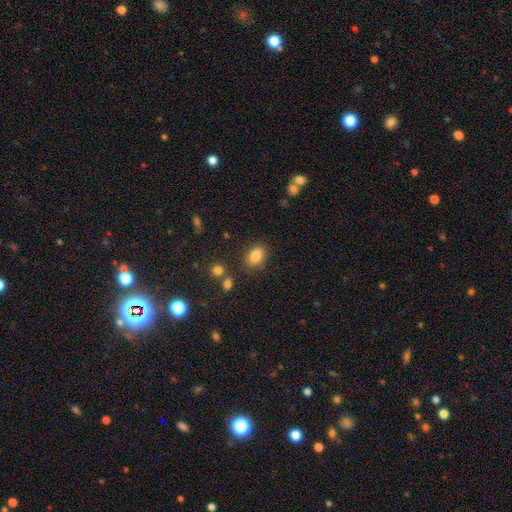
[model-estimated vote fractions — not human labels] Q: Smooth or featured?
A: smooth (85%); runner-up: star or artifact (9%)
Q: How rounded?
A: in between (85%); runner-up: round (14%)
Q: Merging?
A: none (80%); runner-up: minor disturbance (12%)